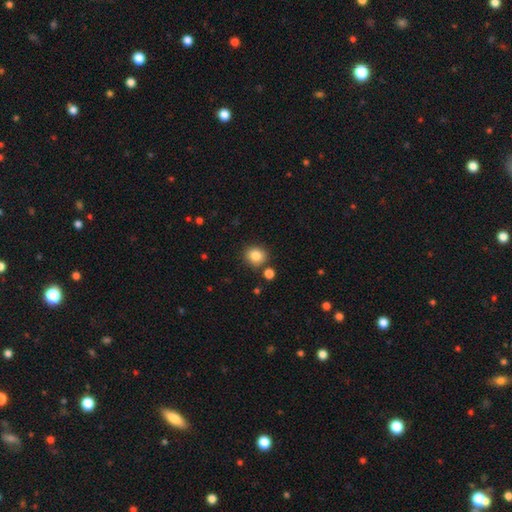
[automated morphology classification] A smooth galaxy with no disk features (84%) that is round (82%).

Vote fractions:
- Smooth or featured? smooth: 84% / star or artifact: 10% / featured or disk: 6%
- How rounded? round: 82% / in between: 17% / cigar-shaped: 1%
- Merging? none: 83% / minor disturbance: 9% / merger: 6% / major disturbance: 2%